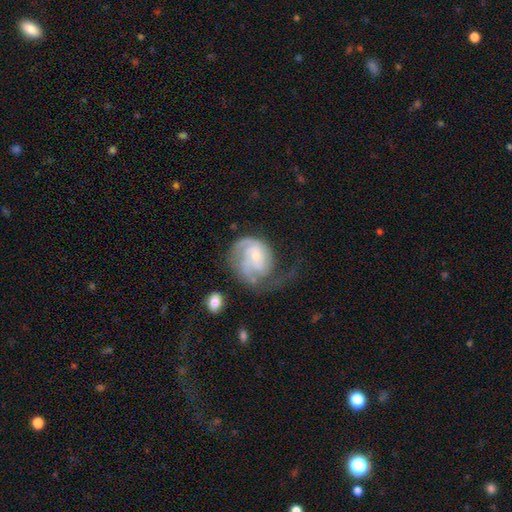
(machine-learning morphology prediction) Smooth or featured? featured or disk (76%)
Edge-on disk? no (97%)
Bar? no (69%)
Spiral arms? yes (90%)
Spiral winding? tight (39%)
Spiral arm count? 2 (33%)
Bulge size? small (58%)
Merging? major disturbance (40%)